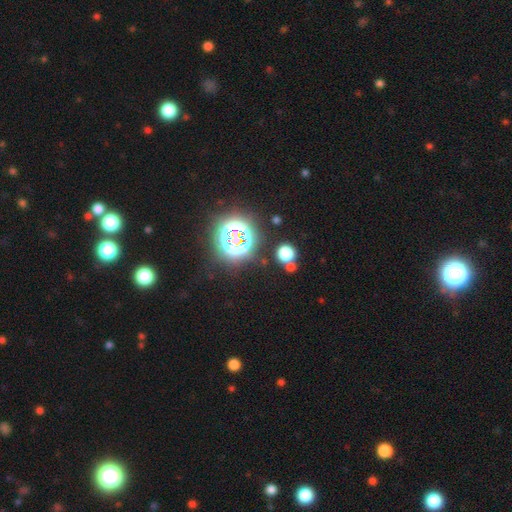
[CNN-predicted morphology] smooth-or-featured: star or artifact: 81% | smooth: 13% | featured or disk: 6%